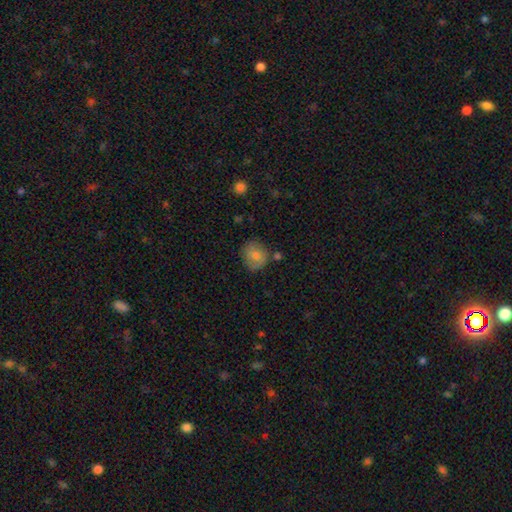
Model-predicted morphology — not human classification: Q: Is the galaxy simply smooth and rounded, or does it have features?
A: smooth — 76%.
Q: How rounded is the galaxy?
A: round — 71%.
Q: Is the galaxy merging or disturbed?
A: none — 64%.